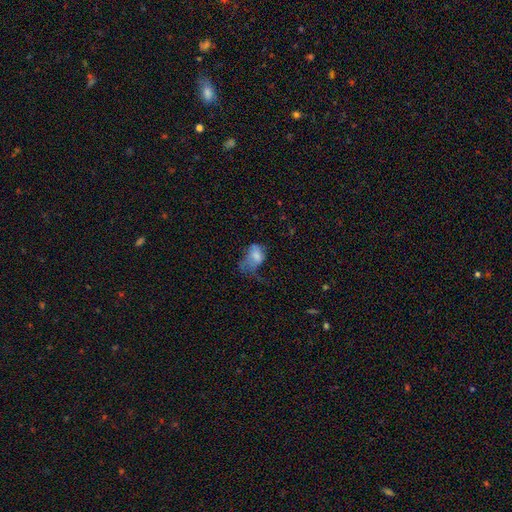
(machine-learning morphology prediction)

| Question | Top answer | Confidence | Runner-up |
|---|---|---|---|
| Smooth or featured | smooth | 65% | featured or disk (25%) |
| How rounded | in between | 84% | round (14%) |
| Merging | major disturbance | 58% | minor disturbance (22%) |